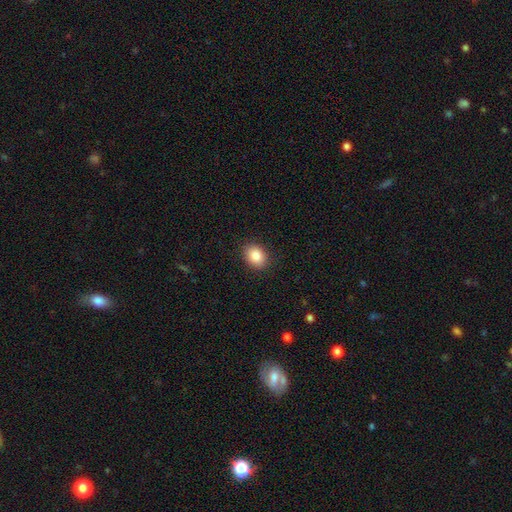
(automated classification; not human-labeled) A smooth galaxy with no disk features (86%) that is in between round and cigar-shaped (56%). Merging: none (89%).